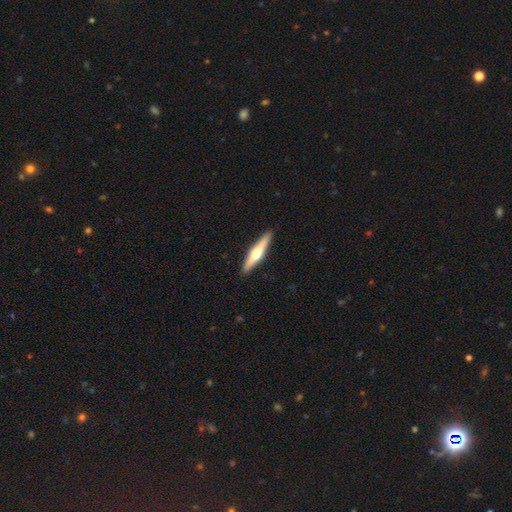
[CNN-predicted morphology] A featured or disk galaxy (59%) viewed edge-on (97%) with a rounded central bulge (90%). Merging: none (91%).